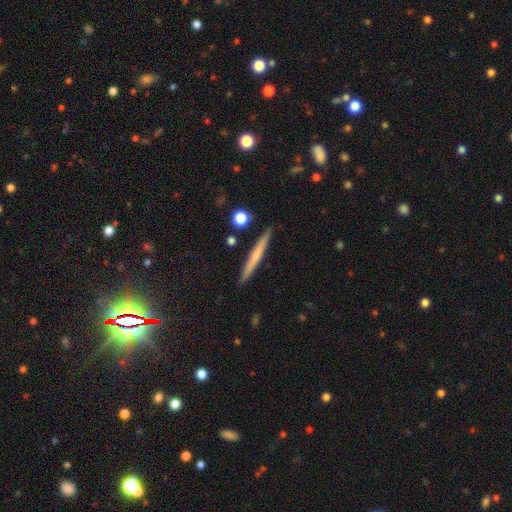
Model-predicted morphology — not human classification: A smooth galaxy with no disk features (53%) that is cigar-shaped (96%).

Vote fractions:
- Smooth or featured? smooth: 53% / featured or disk: 40% / star or artifact: 7%
- How rounded? cigar-shaped: 96% / in between: 2% / round: 2%
- Merging? none: 91% / minor disturbance: 6% / merger: 2% / major disturbance: 1%